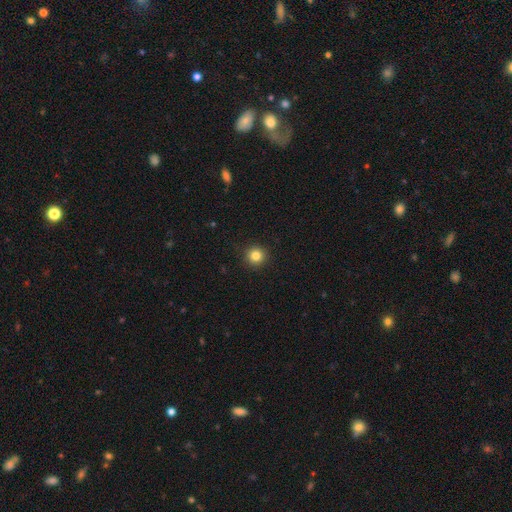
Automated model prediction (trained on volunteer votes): Q: Smooth or featured?
A: smooth (83%); runner-up: star or artifact (12%)
Q: How rounded?
A: round (95%); runner-up: in between (4%)
Q: Merging?
A: none (92%); runner-up: minor disturbance (5%)